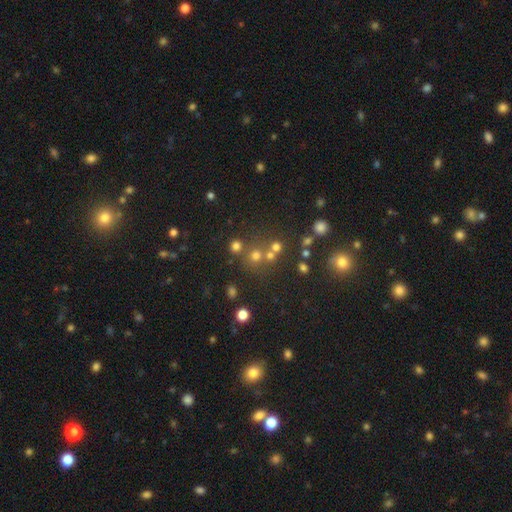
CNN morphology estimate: smooth-or-featured: smooth: 63% | star or artifact: 26% | featured or disk: 11%
  how-rounded: round: 89% | in between: 10% | cigar-shaped: 1%
  merging: none: 62% | merger: 25% | minor disturbance: 8% | major disturbance: 4%